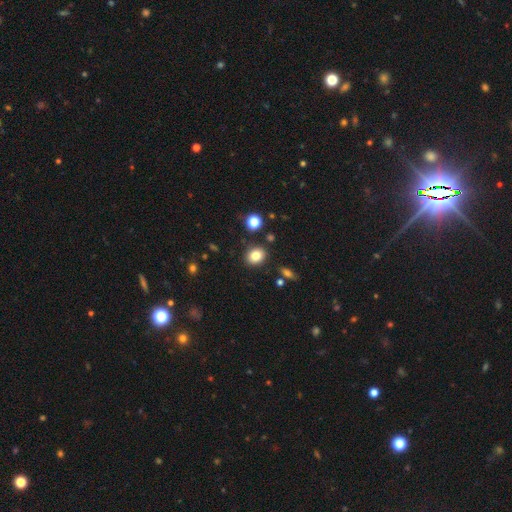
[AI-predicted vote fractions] The model was most divided on "how rounded": round: 57%, in between: 42%, cigar-shaped: 1%. More confident: merging — none (86%); smooth or featured — smooth (83%).